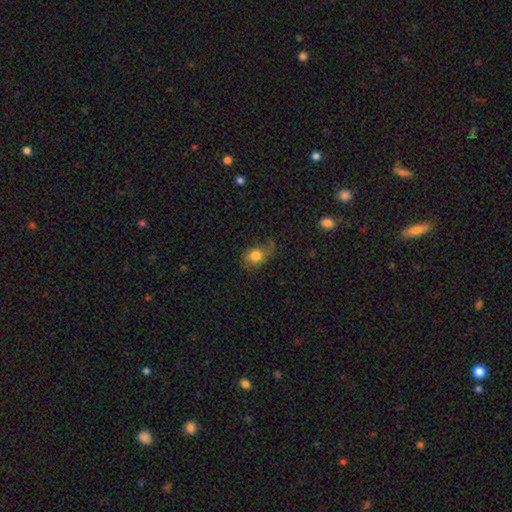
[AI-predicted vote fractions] A smooth galaxy with no disk features (77%) that is round (55%). Merging: none (45%).